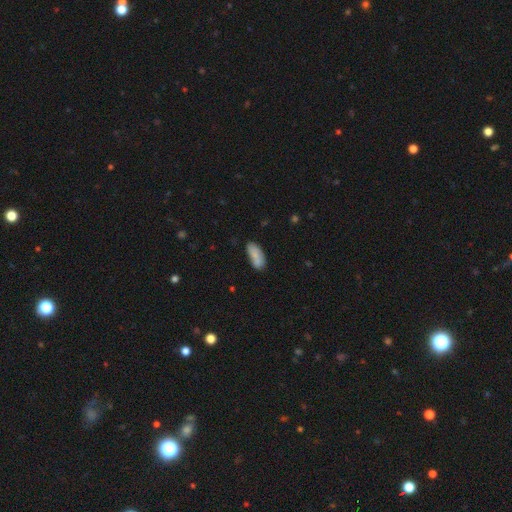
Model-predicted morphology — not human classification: A smooth galaxy with no disk features (81%) that is in between round and cigar-shaped (84%). Merging: none (63%).